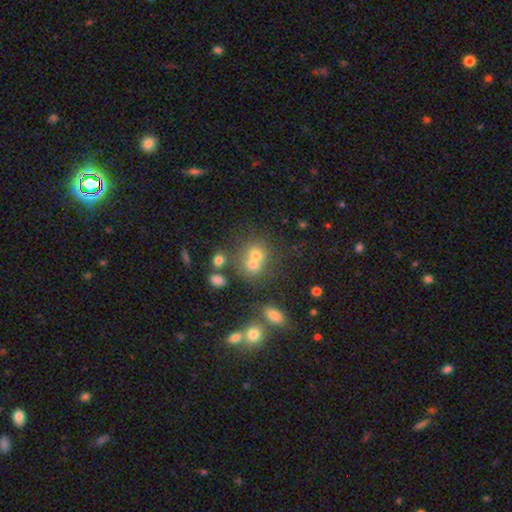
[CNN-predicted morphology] smooth_or_featured: smooth (p=0.60) [alt: star or artifact p=0.22]
how_rounded: round (p=0.75) [alt: in between p=0.24]
merging: merger (p=0.47) [alt: none p=0.40]